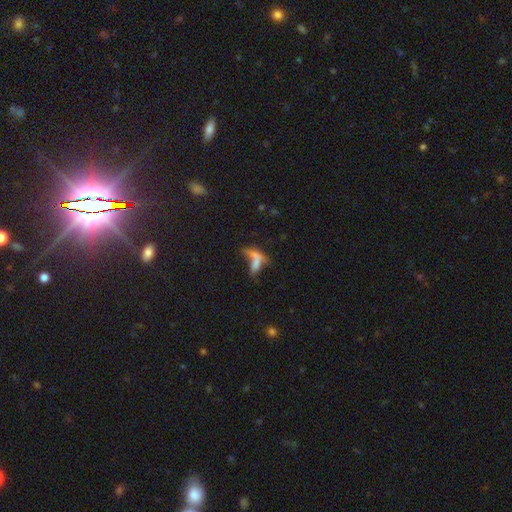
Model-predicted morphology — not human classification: A smooth galaxy with no disk features (57%) that is in between round and cigar-shaped (55%).

Vote fractions:
- Smooth or featured? smooth: 57% / featured or disk: 25% / star or artifact: 19%
- How rounded? in between: 55% / cigar-shaped: 38% / round: 7%
- Merging? merger: 38% / major disturbance: 27% / none: 22% / minor disturbance: 13%